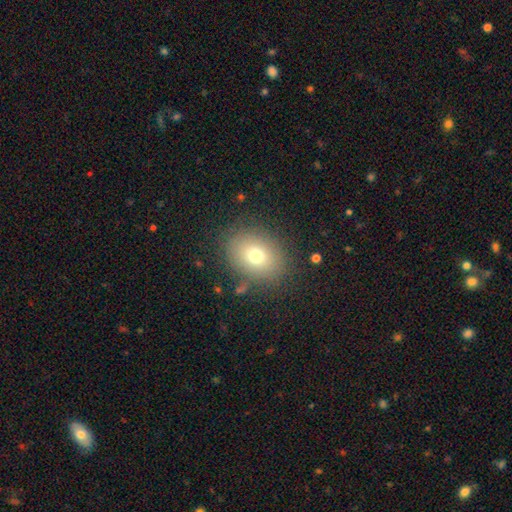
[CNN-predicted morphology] Q: Smooth or featured?
A: smooth (73%); runner-up: featured or disk (14%)
Q: How rounded?
A: in between (58%); runner-up: round (41%)
Q: Merging?
A: none (83%); runner-up: minor disturbance (11%)